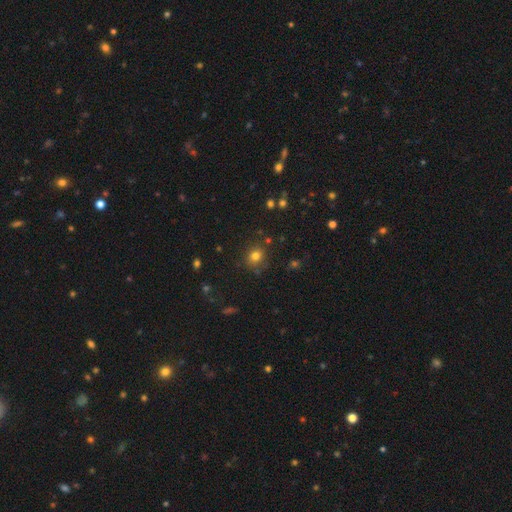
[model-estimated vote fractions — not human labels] Overall: smooth (77%). How rounded: round (79%). Merging: none (79%).